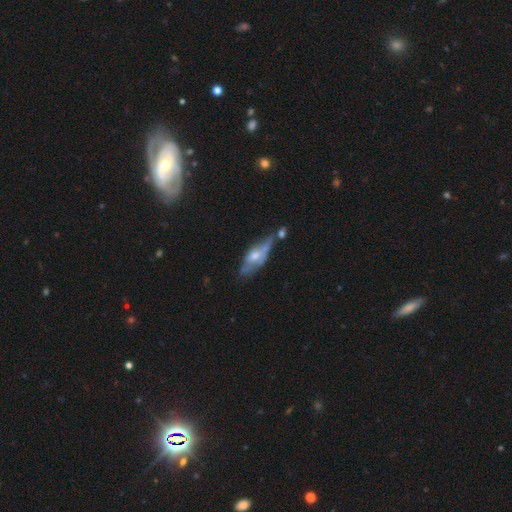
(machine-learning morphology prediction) type=featured or disk (59%); edge-on=no (56%); merging=none (35%).